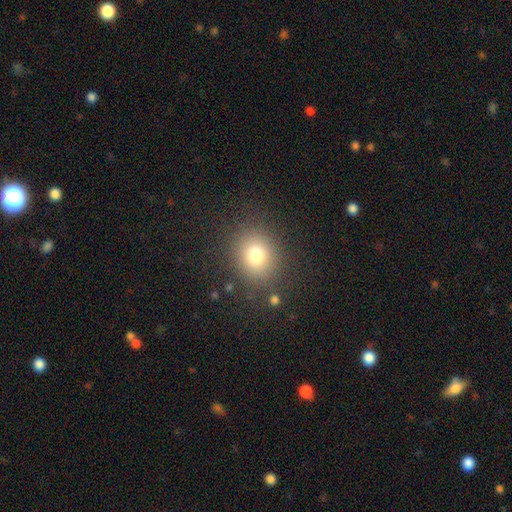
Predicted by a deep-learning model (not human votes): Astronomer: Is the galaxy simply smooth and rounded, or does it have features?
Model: smooth — 76%.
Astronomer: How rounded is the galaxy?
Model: round — 68%.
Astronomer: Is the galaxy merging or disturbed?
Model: none — 84%.